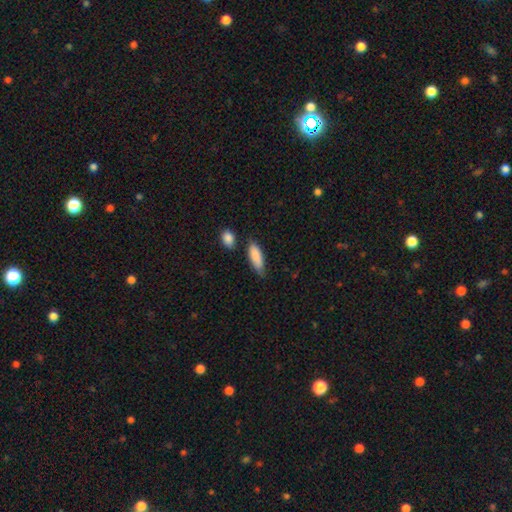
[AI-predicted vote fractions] Smooth or featured?
  - smooth: 86% *
  - featured or disk: 8%
  - star or artifact: 6%
How rounded?
  - in between: 57% *
  - cigar-shaped: 41%
  - round: 2%
Merging?
  - none: 69% *
  - minor disturbance: 20%
  - merger: 7%
  - major disturbance: 4%